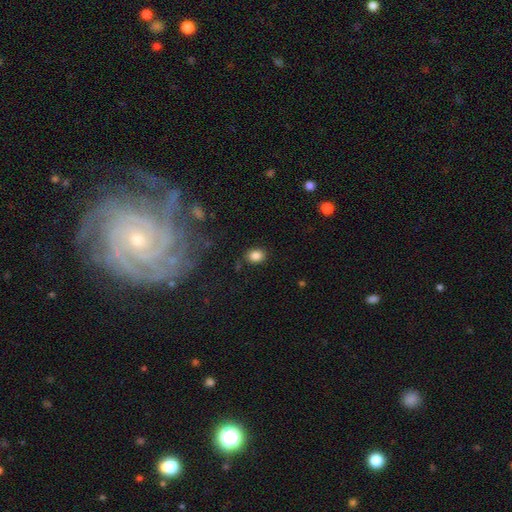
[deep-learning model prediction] Overall: smooth (84%). How rounded: round (50%; in between 49%). Merging: none (83%).